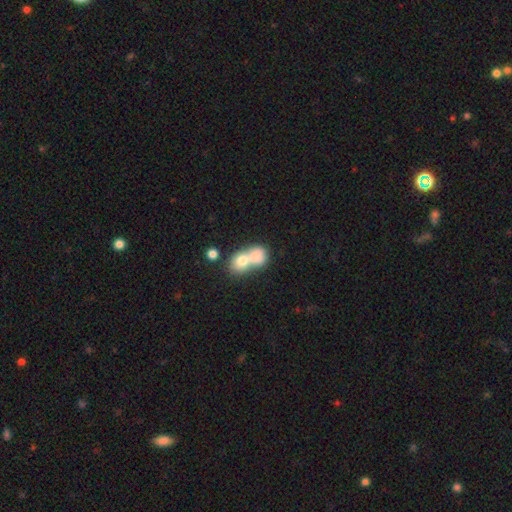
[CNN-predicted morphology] smooth-or-featured: smooth: 72% | featured or disk: 18% | star or artifact: 9%
  how-rounded: in between: 59% | round: 38% | cigar-shaped: 3%
  merging: merger: 70% | none: 17% | minor disturbance: 7% | major disturbance: 7%